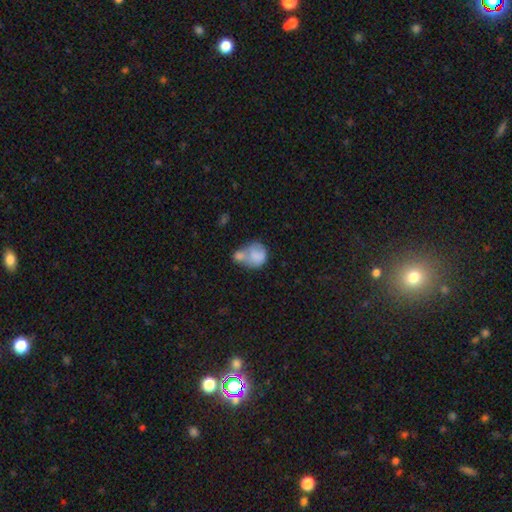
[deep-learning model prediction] This is likely a smooth galaxy (74%). How rounded: likely round (65%). Merging: likely merger (60%).